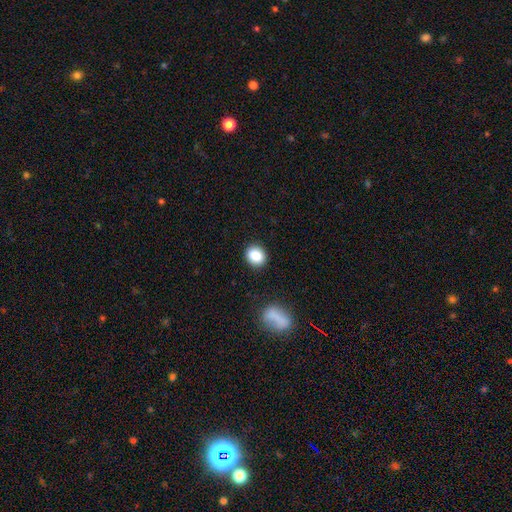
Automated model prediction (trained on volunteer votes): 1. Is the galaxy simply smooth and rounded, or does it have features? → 86% smooth, 9% star or artifact, 5% featured or disk.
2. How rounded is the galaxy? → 62% round, 36% in between, 1% cigar-shaped.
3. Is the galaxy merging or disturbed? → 88% none, 8% minor disturbance, 2% major disturbance, 2% merger.